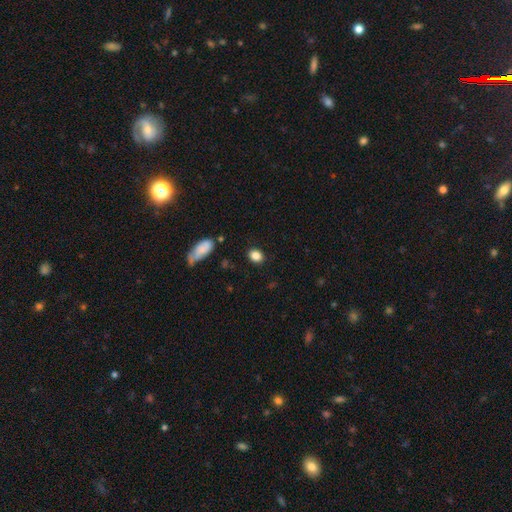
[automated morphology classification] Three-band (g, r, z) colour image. It shows a smooth galaxy with no disk features (86%) that is in between round and cigar-shaped (52%). Merging: none (84%).